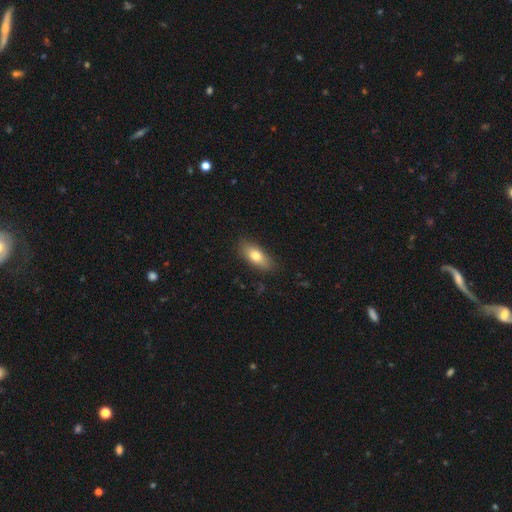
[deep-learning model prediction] The model was most divided on "how rounded": in between: 75%, cigar-shaped: 21%, round: 4%. More confident: merging — none (85%); smooth or featured — smooth (75%).